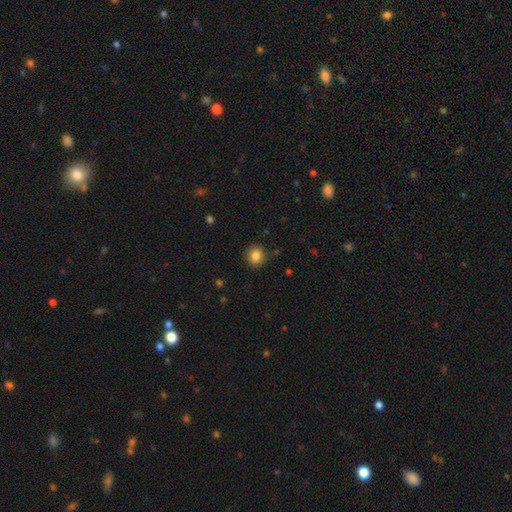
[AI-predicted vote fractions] Q: Smooth or featured?
A: smooth (84%); runner-up: star or artifact (10%)
Q: How rounded?
A: round (83%); runner-up: in between (16%)
Q: Merging?
A: none (88%); runner-up: minor disturbance (8%)